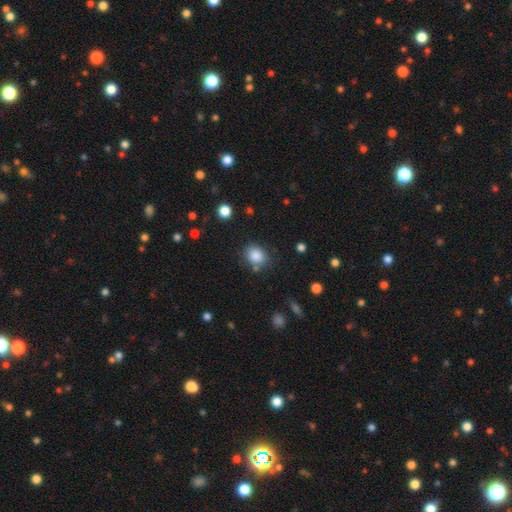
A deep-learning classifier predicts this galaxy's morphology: Smooth or featured?
  - smooth: 85% *
  - star or artifact: 10%
  - featured or disk: 5%
How rounded?
  - round: 66% *
  - in between: 33%
  - cigar-shaped: 1%
Merging?
  - none: 76% *
  - minor disturbance: 13%
  - merger: 7%
  - major disturbance: 4%